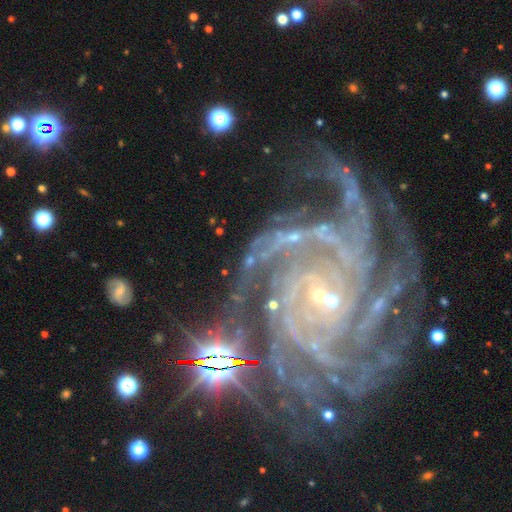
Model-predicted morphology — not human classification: Smooth or featured? featured or disk (83%)
Edge-on disk? no (97%)
Bar? no (47%)
Spiral arms? yes (98%)
Spiral winding? tight (68%)
Spiral arm count? 2 (20%, tied with 3)
Bulge size? small (80%)
Merging? none (59%)